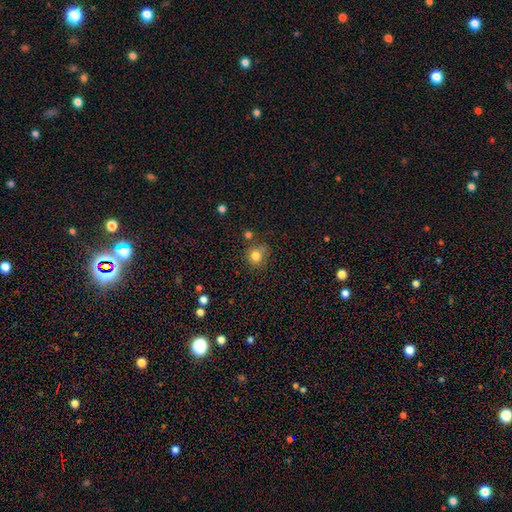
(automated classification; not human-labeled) smooth_or_featured: smooth (p=0.81) [alt: star or artifact p=0.13]
how_rounded: round (p=0.88) [alt: in between p=0.11]
merging: none (p=0.71) [alt: minor disturbance p=0.14]